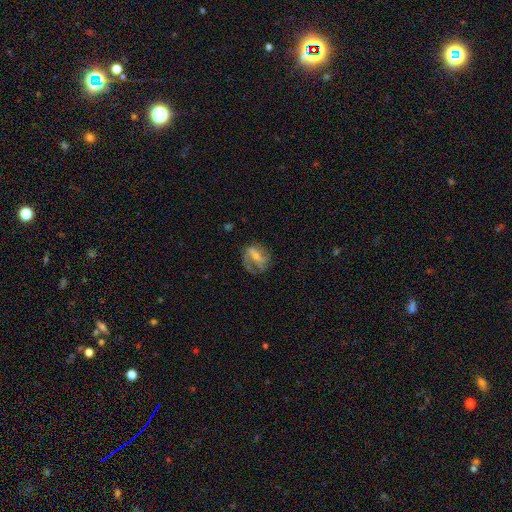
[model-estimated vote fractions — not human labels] Q: Smooth or featured?
A: featured or disk (63%); runner-up: smooth (29%)
Q: Edge-on disk?
A: no (93%); runner-up: yes (7%)
Q: Bar?
A: strong (43%); runner-up: weak (34%)
Q: Spiral arms?
A: yes (71%); runner-up: no (29%)
Q: Bulge size?
A: small (52%); runner-up: moderate (38%)
Q: Merging?
A: none (56%); runner-up: minor disturbance (22%)